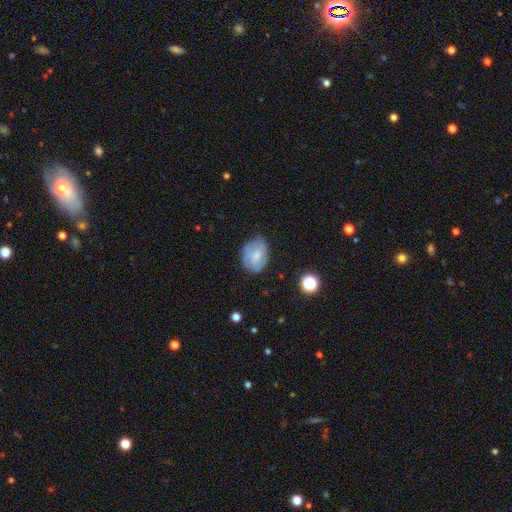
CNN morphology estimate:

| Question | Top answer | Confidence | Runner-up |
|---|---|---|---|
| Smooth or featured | smooth | 59% | featured or disk (33%) |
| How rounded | in between | 70% | round (28%) |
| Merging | none | 62% | minor disturbance (28%) |